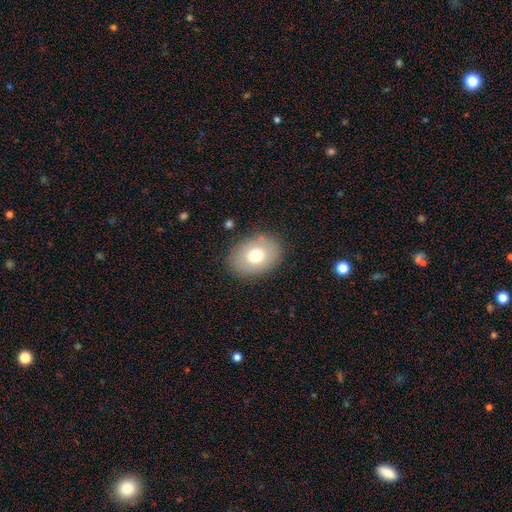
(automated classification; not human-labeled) Morphology: type=smooth (72%); roundness=in between (69%); merging=none (85%).